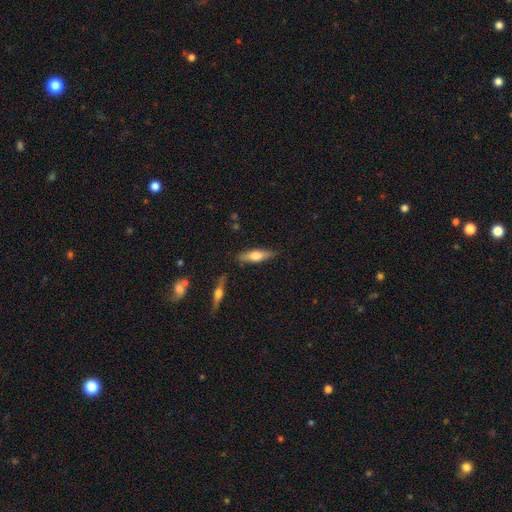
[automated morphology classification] Smooth or featured? smooth (52%)
How rounded? cigar-shaped (64%)
Merging? none (82%)